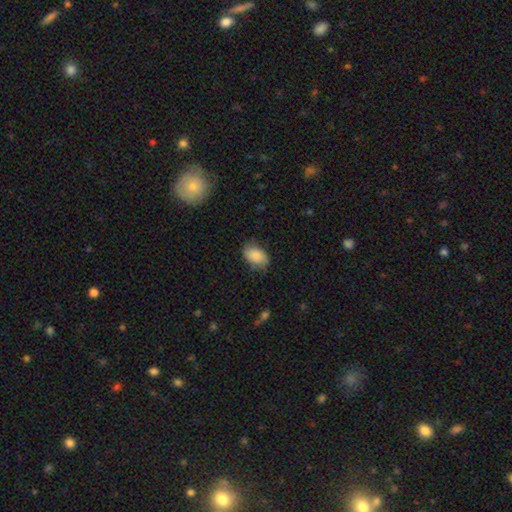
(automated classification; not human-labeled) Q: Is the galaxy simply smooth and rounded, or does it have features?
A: smooth — 85%.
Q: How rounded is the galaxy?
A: in between — 87%.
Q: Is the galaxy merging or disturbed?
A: none — 72%.